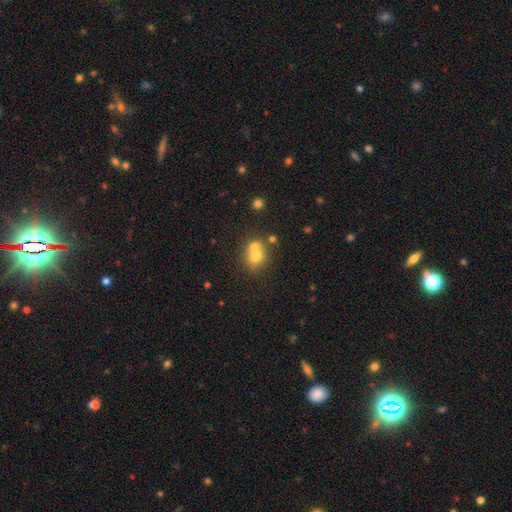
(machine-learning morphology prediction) smooth_or_featured: smooth (p=0.69) [alt: featured or disk p=0.18]
how_rounded: round (p=0.71) [alt: in between p=0.28]
merging: merger (p=0.54) [alt: none p=0.35]